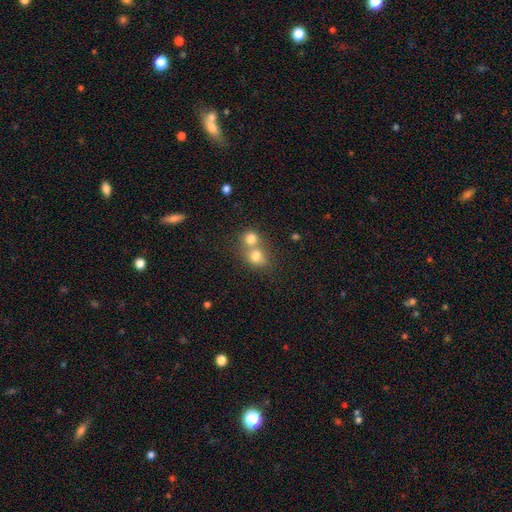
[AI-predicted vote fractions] smooth 75%, featured or disk 13%, star or artifact 12%. Down the decision tree: how rounded — round (71%); merging — merger (59%).